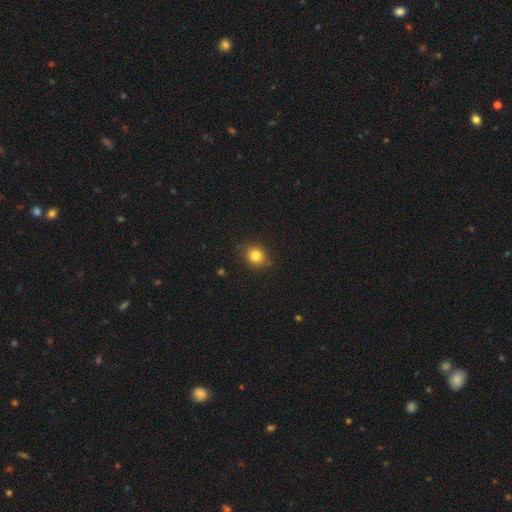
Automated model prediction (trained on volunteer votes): Q: Smooth or featured?
A: smooth (83%); runner-up: star or artifact (11%)
Q: How rounded?
A: round (74%); runner-up: in between (25%)
Q: Merging?
A: none (84%); runner-up: minor disturbance (12%)